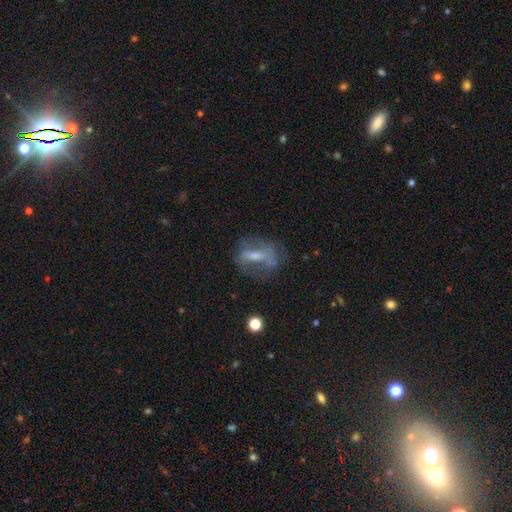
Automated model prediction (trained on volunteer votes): A featured or disk galaxy (59%) with a weak bar (38%), no spiral arms (52%) and a moderate central bulge (40%, tied with small).

Vote fractions:
- Smooth or featured? featured or disk: 59% / smooth: 29% / star or artifact: 11%
- Edge-on disk? no: 88% / yes: 12%
- Bar? weak: 38% / strong: 35% / no: 27%
- Spiral arms? no: 52% / yes: 48%
- Bulge size? moderate: 40% (tied) / small: 40% (tied) / none: 13% / large: 5% / dominant: 1%
- Merging? none: 56% / minor disturbance: 21% / major disturbance: 20% / merger: 3%